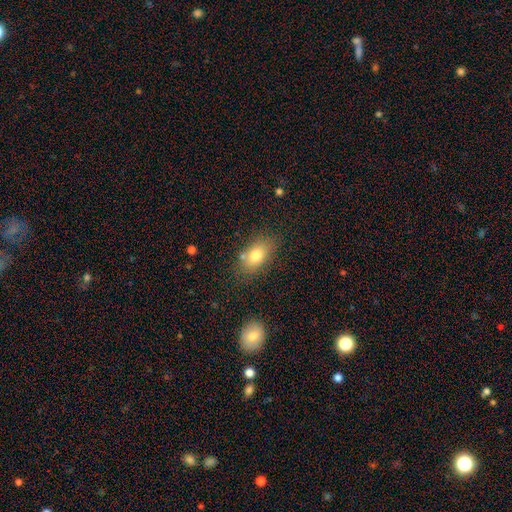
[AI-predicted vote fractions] Smooth or featured? Predicted: smooth (p=0.77). How rounded? Predicted: in between (p=0.86). Merging? Predicted: none (p=0.74).